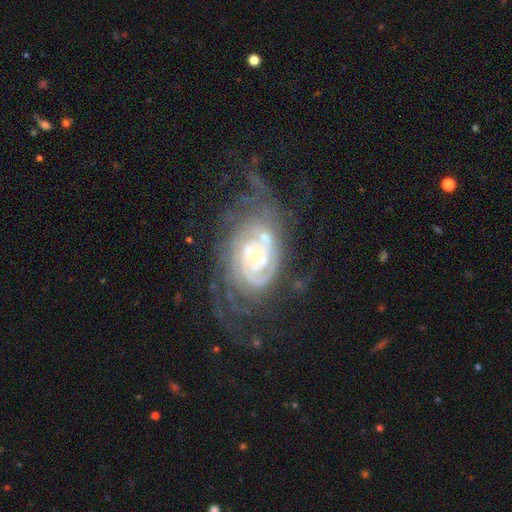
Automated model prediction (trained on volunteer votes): This appears to be a featured or disk galaxy (87%) with no bar (68%), tight (73%) spiral arms (97%) and a small central bulge (72%). Merging: none (51%).